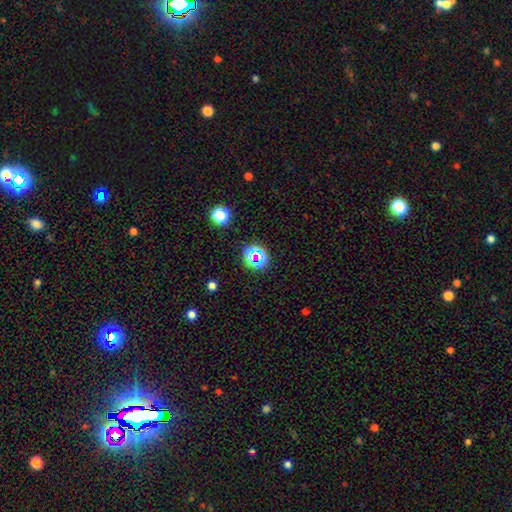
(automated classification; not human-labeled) This appears to be a star or artifact, not a galaxy (61%).